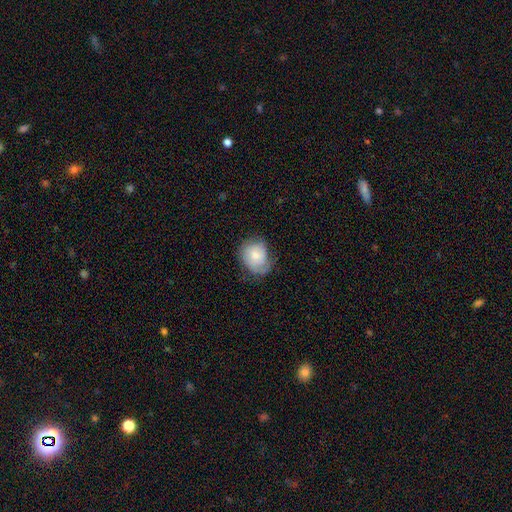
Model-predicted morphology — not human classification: smooth 65%, featured or disk 28%, star or artifact 7%. Down the decision tree: how rounded — round (56%); merging — none (51%).